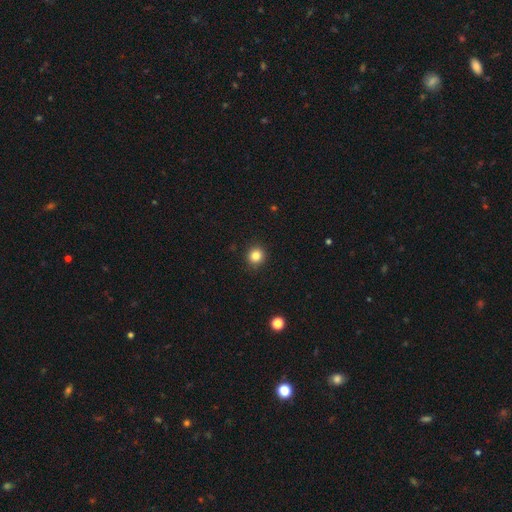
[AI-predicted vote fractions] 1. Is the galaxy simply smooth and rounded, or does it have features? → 84% smooth, 11% star or artifact, 5% featured or disk.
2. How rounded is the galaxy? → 91% round, 8% in between, 1% cigar-shaped.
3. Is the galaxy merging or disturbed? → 91% none, 6% minor disturbance, 2% major disturbance, 1% merger.